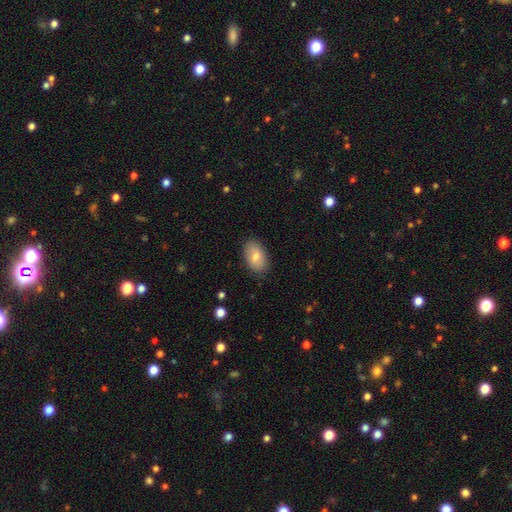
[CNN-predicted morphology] This is likely a smooth galaxy (75%). How rounded: clearly in between (92%). Merging: clearly none (85%).